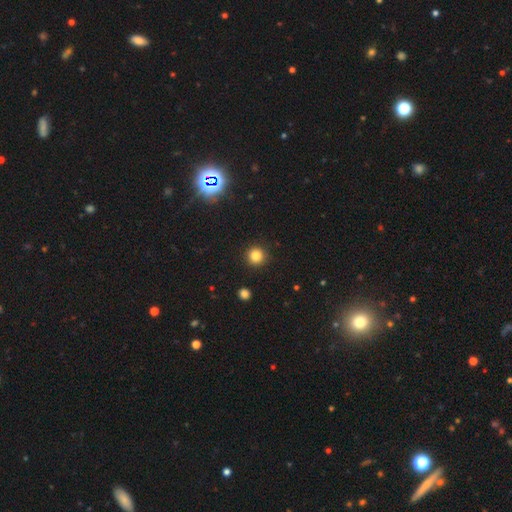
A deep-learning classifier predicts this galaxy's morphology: Smooth or featured: smooth — 81% (star or artifact — 14%)
How rounded: round — 94% (in between — 5%)
Merging: none — 92% (minor disturbance — 5%)